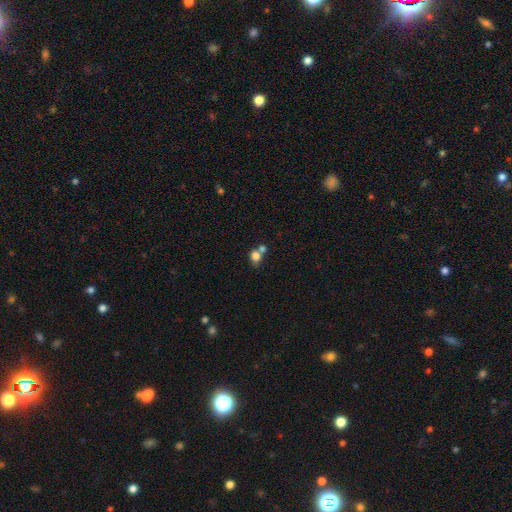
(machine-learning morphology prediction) type=smooth (78%); roundness=round (55%); merging=merger (44%).